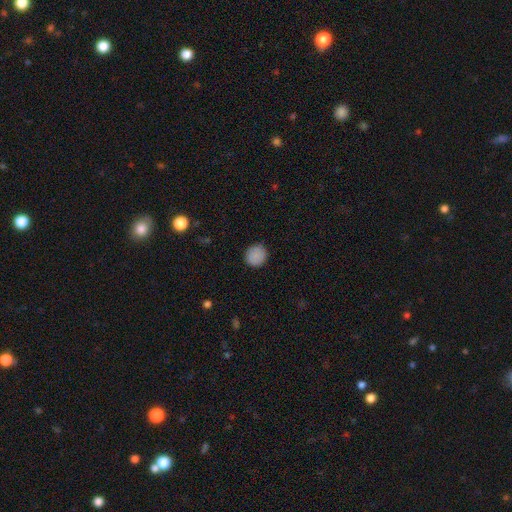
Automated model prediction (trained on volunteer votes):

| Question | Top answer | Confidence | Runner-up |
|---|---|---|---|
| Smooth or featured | smooth | 87% | star or artifact (9%) |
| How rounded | round | 90% | in between (9%) |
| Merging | none | 89% | minor disturbance (8%) |